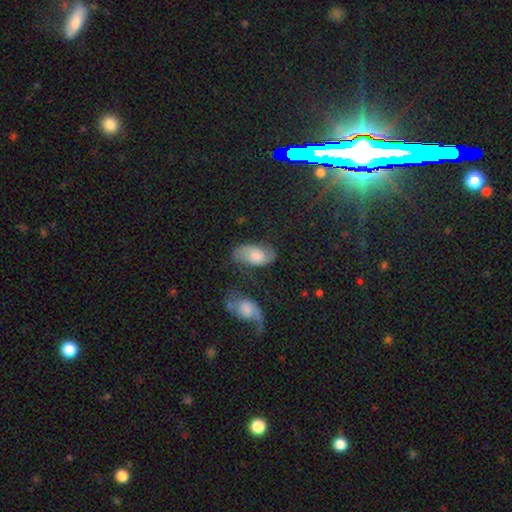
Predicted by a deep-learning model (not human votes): This appears to be a smooth galaxy with no disk features (51%) that is in between round and cigar-shaped (92%). Merging: none (53%).